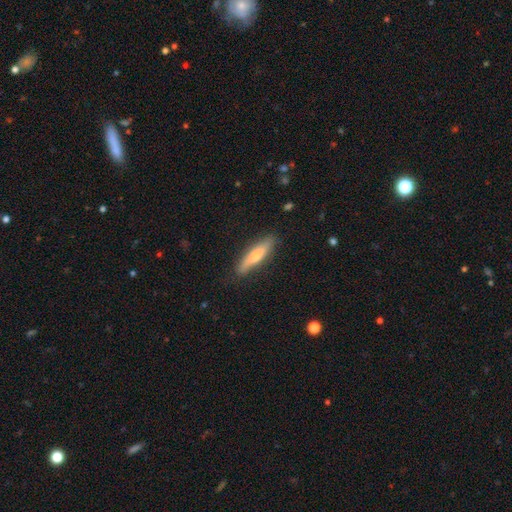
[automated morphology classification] Smooth or featured: smooth — 55% (featured or disk — 39%)
How rounded: cigar-shaped — 81% (in between — 18%)
Merging: none — 87% (minor disturbance — 10%)